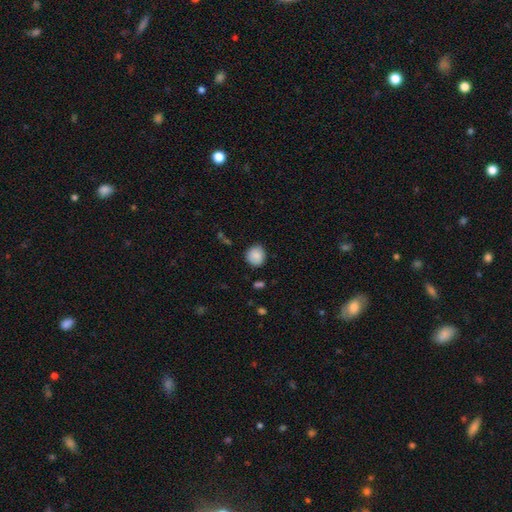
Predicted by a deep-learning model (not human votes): This appears to be a smooth galaxy with no disk features (87%) that is round (83%). Merging: none (84%).